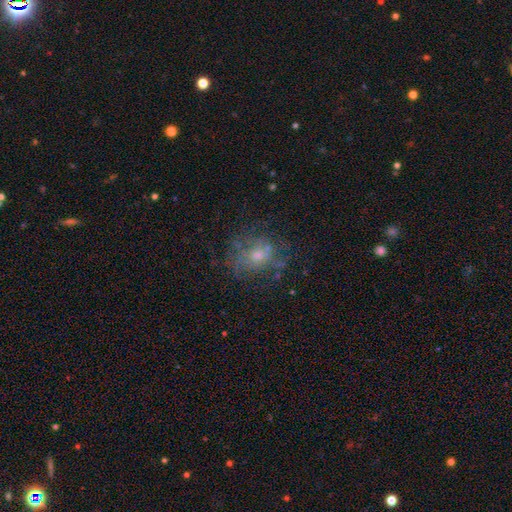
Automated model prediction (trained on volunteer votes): Smooth or featured?
  - featured or disk: 51% *
  - smooth: 35%
  - star or artifact: 15%
Edge-on disk?
  - no: 97% *
  - yes: 3%
Merging?
  - none: 55% *
  - minor disturbance: 21%
  - major disturbance: 20%
  - merger: 3%